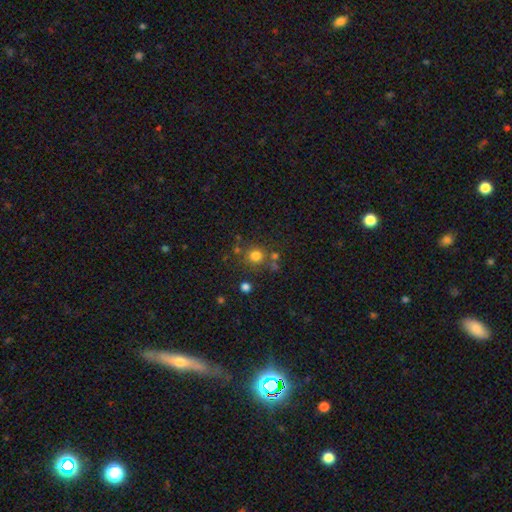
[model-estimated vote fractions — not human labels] Smooth or featured? smooth (76%)
How rounded? round (90%)
Merging? none (73%)